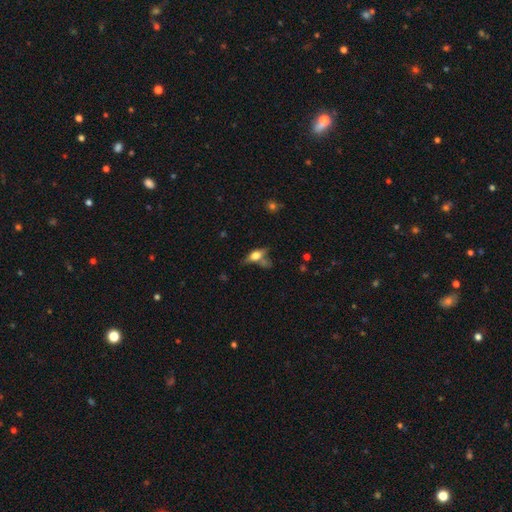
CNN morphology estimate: smooth-or-featured: smooth: 56% | featured or disk: 33% | star or artifact: 12%
  how-rounded: in between: 70% | cigar-shaped: 21% | round: 9%
  merging: none: 42% | minor disturbance: 22% | merger: 18% | major disturbance: 18%